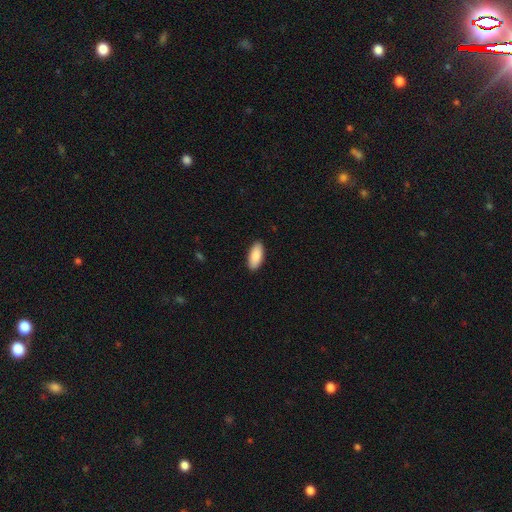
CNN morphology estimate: Smooth or featured: smooth — 89% (featured or disk — 6%)
How rounded: in between — 88% (cigar-shaped — 10%)
Merging: none — 90% (minor disturbance — 7%)